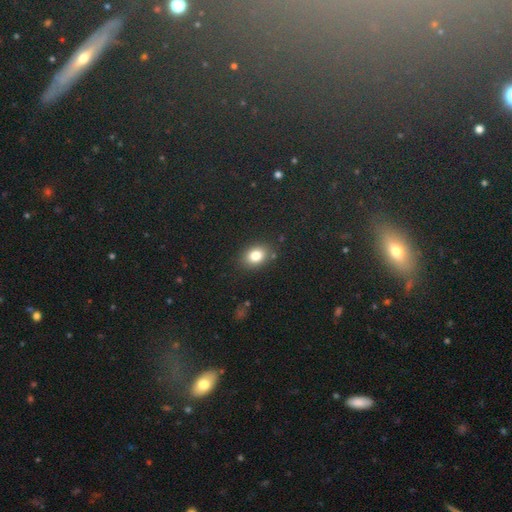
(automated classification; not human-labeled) Overall: smooth (82%). How rounded: in between (67%; round 32%). Merging: none (82%).